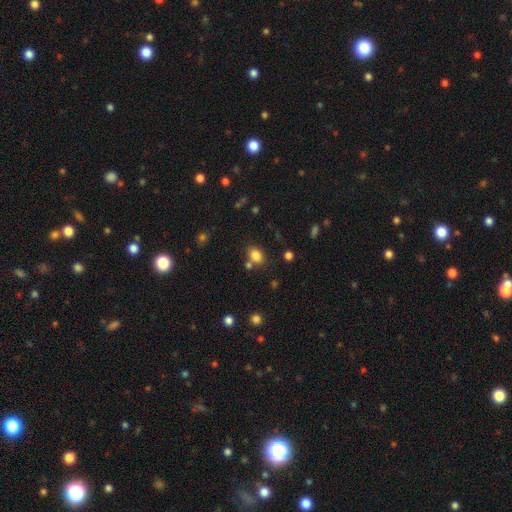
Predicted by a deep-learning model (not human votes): A smooth galaxy with no disk features (82%) that is in between round and cigar-shaped (63%).

Vote fractions:
- Smooth or featured? smooth: 82% / star or artifact: 11% / featured or disk: 6%
- How rounded? in between: 63% / round: 36% / cigar-shaped: 1%
- Merging? none: 71% / merger: 13% / minor disturbance: 12% / major disturbance: 4%